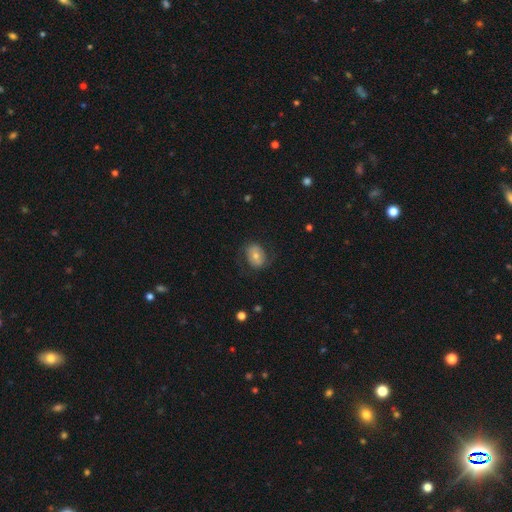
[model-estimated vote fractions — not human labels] This is likely a smooth galaxy (64%). How rounded: likely in between (66%). Merging: likely none (71%).